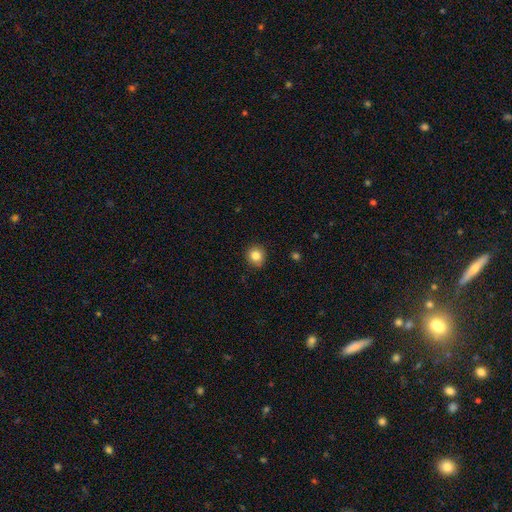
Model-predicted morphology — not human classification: Q: Smooth or featured?
A: smooth (84%); runner-up: star or artifact (10%)
Q: How rounded?
A: round (87%); runner-up: in between (12%)
Q: Merging?
A: none (89%); runner-up: minor disturbance (8%)